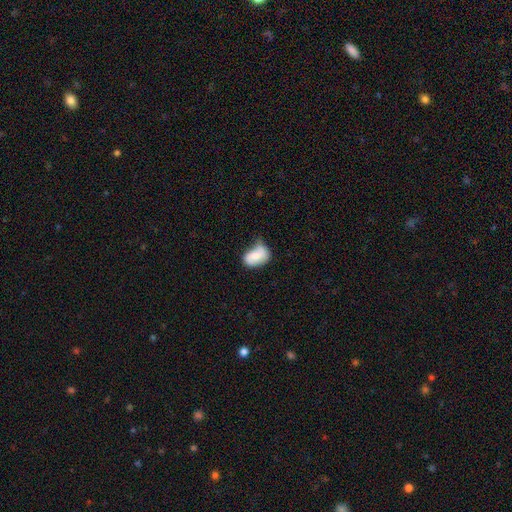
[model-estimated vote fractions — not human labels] Smooth or featured?
  - smooth: 66% *
  - featured or disk: 26%
  - star or artifact: 8%
How rounded?
  - in between: 84% *
  - round: 15%
  - cigar-shaped: 1%
Merging?
  - minor disturbance: 42% *
  - none: 36%
  - major disturbance: 14%
  - merger: 7%